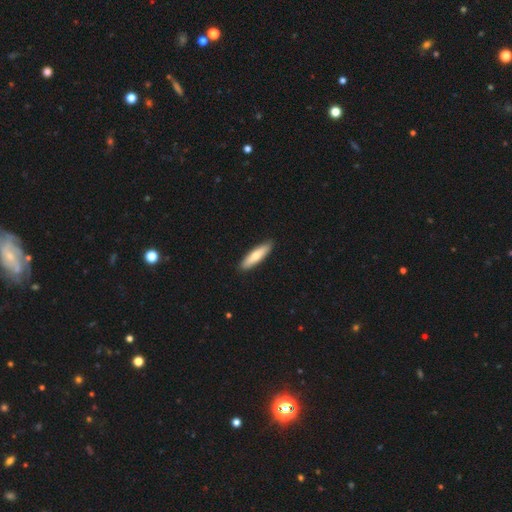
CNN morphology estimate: smooth 71%, featured or disk 24%, star or artifact 5%. Down the decision tree: how rounded — cigar-shaped (73%); merging — none (91%).